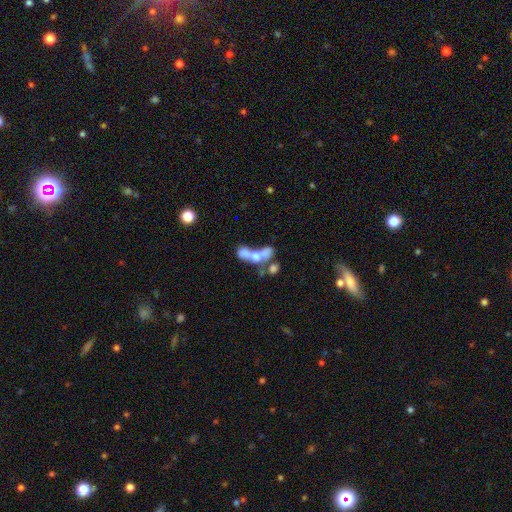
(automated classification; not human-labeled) Smooth or featured: smooth — 49% (featured or disk — 38%)
Merging: merger — 67% (none — 14%)